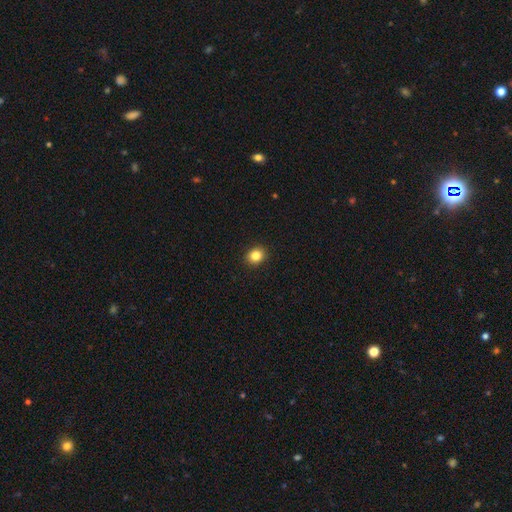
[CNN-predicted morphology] A smooth galaxy with no disk features (84%) that is round (71%). Merging: none (92%).